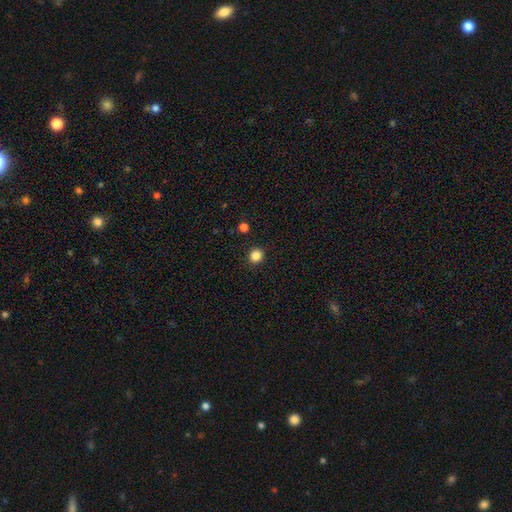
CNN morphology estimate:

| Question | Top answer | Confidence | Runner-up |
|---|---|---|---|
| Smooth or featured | smooth | 85% | star or artifact (12%) |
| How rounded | round | 89% | in between (10%) |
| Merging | none | 92% | minor disturbance (5%) |